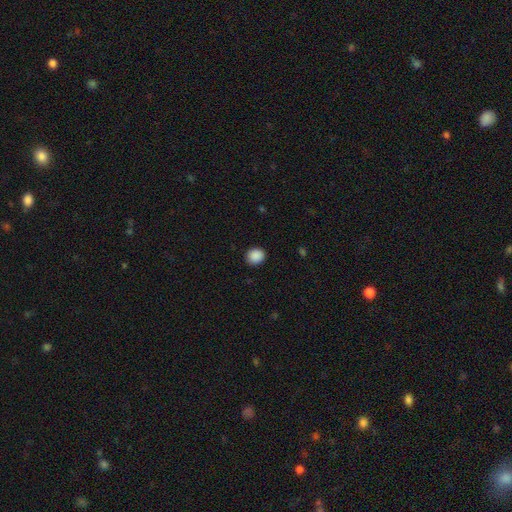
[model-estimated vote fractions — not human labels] Smooth or featured? smooth (89%)
How rounded? round (79%)
Merging? none (90%)